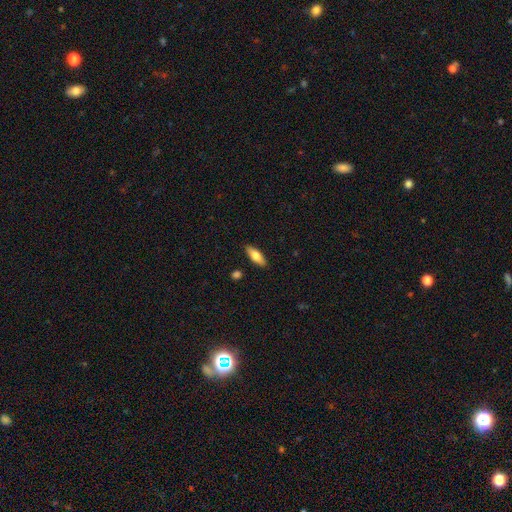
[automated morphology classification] smooth 72%, featured or disk 22%, star or artifact 6%. Down the decision tree: how rounded — in between (70%); merging — none (89%).